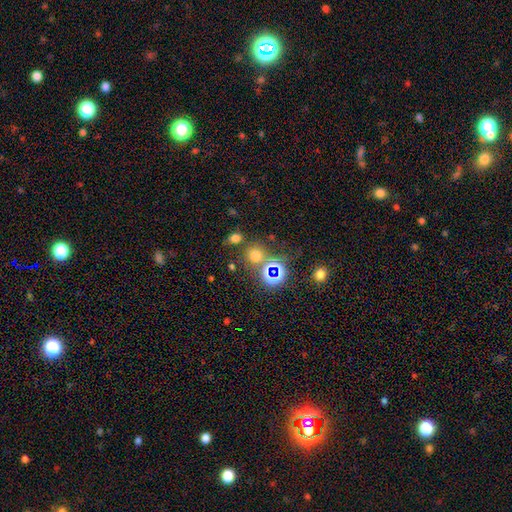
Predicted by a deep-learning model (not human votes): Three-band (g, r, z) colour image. It shows a smooth galaxy with no disk features (58%) that is round (84%). Merging: none (72%).